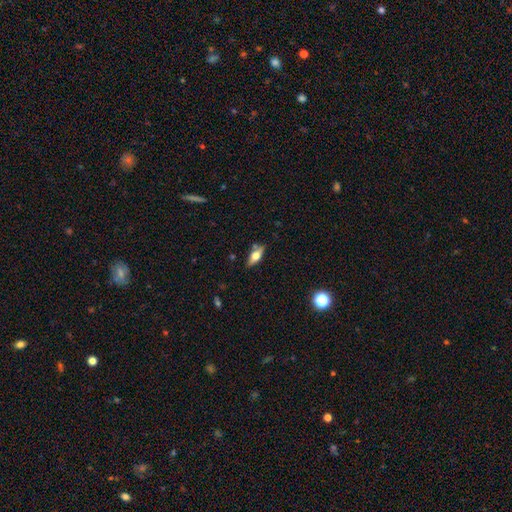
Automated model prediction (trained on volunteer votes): Overall: smooth (52%; featured or disk 40%). How rounded: in between (72%). Merging: none (77%).